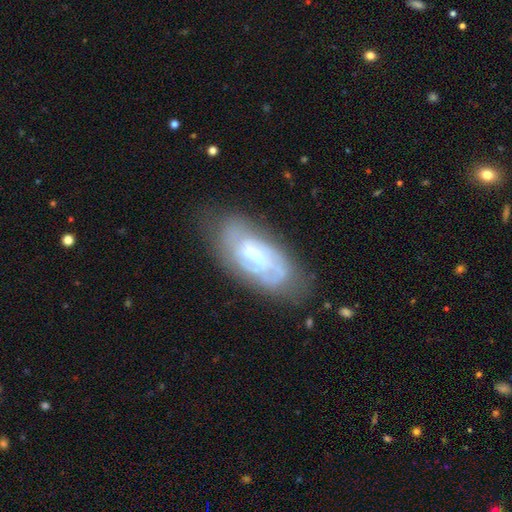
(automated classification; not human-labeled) The model was most divided on "bar": no: 51%, weak: 38%, strong: 12%. Remaining: edge-on disk — no (91%); spiral arms — yes (72%); smooth or featured — featured or disk (67%); merging — none (61%); bulge size — moderate (46%).